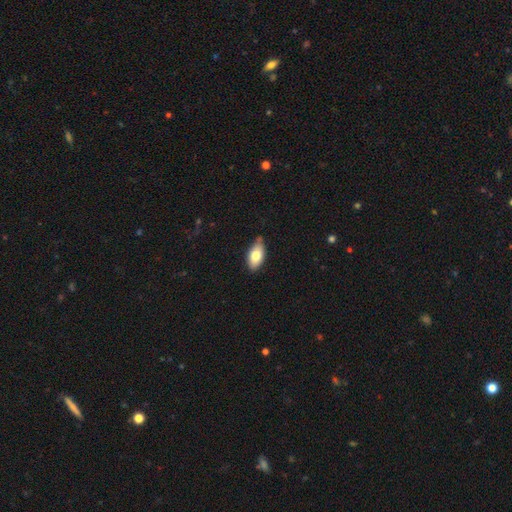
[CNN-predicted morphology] The model was most divided on "merging": none: 74%, minor disturbance: 21%, major disturbance: 3%, merger: 2%. More confident: how rounded — in between (92%); smooth or featured — smooth (76%).